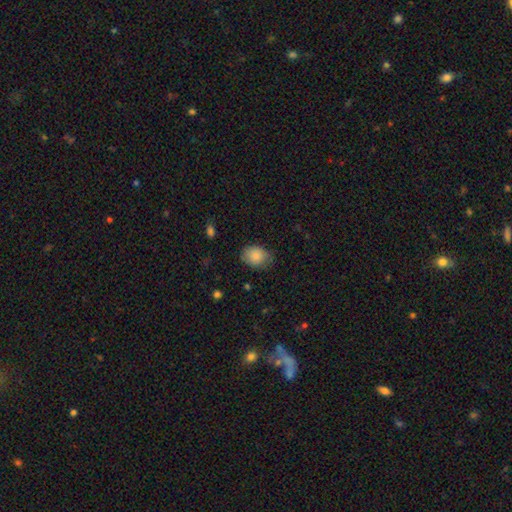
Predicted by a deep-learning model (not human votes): A smooth galaxy with no disk features (86%) that is in between round and cigar-shaped (58%). Merging: none (68%).